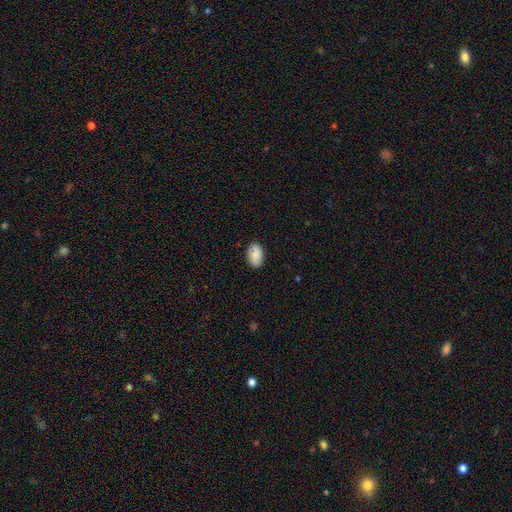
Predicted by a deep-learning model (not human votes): Smooth or featured?
  - smooth: 84% *
  - featured or disk: 9%
  - star or artifact: 7%
How rounded?
  - in between: 91% *
  - round: 8%
  - cigar-shaped: 1%
Merging?
  - none: 84% *
  - minor disturbance: 13%
  - major disturbance: 2%
  - merger: 1%